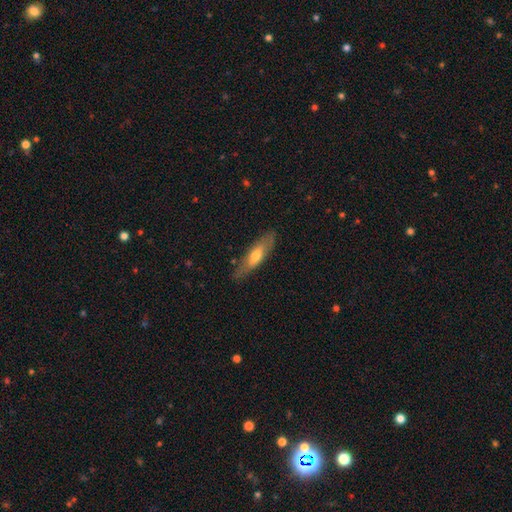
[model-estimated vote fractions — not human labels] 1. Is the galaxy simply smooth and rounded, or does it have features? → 53% smooth, 41% featured or disk, 6% star or artifact.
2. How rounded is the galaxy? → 67% cigar-shaped, 31% in between, 2% round.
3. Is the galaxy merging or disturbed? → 81% none, 14% minor disturbance, 3% major disturbance, 1% merger.